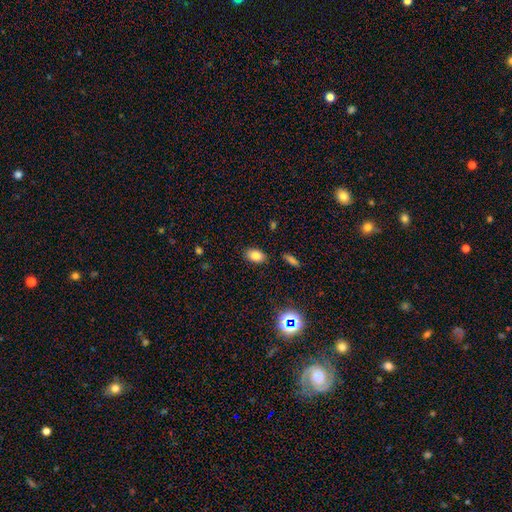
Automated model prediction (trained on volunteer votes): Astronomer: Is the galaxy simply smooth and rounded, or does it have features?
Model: smooth — 81%.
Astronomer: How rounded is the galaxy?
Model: in between — 88%.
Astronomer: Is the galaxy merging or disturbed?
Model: none — 86%.